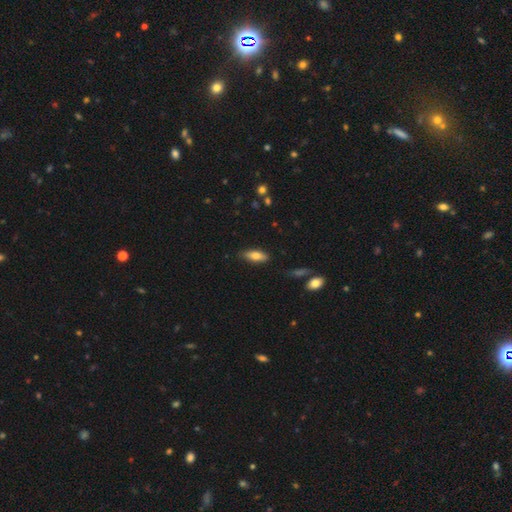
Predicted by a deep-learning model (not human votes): A smooth galaxy with no disk features (74%) that is in between round and cigar-shaped (71%).

Vote fractions:
- Smooth or featured? smooth: 74% / featured or disk: 19% / star or artifact: 7%
- How rounded? in between: 71% / cigar-shaped: 27% / round: 2%
- Merging? none: 83% / minor disturbance: 13% / major disturbance: 3% / merger: 2%